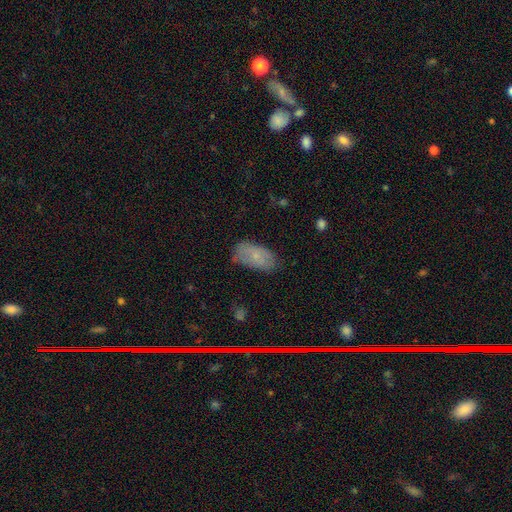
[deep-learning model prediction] A smooth galaxy with no disk features (70%) that is in between round and cigar-shaped (93%). Merging: none (68%).